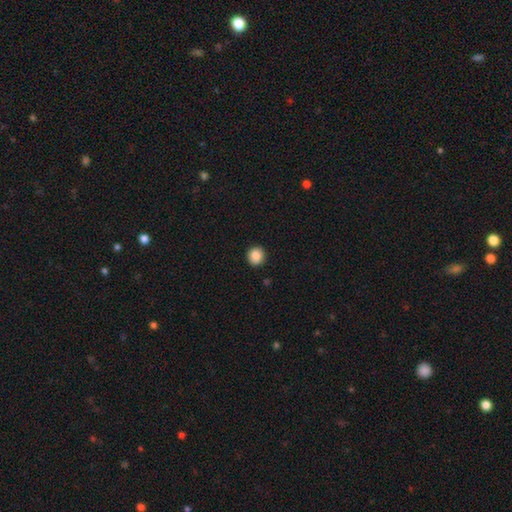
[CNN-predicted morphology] Q: Smooth or featured?
A: smooth (88%); runner-up: star or artifact (9%)
Q: How rounded?
A: round (88%); runner-up: in between (11%)
Q: Merging?
A: none (91%); runner-up: minor disturbance (6%)